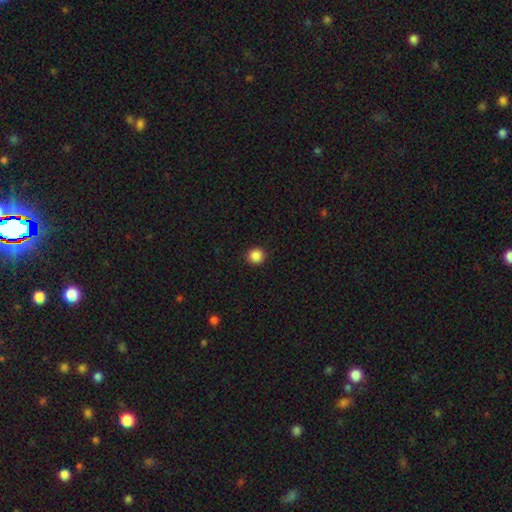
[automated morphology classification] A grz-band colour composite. It shows a smooth galaxy with no disk features (87%) that is round (94%). Merging: none (92%).